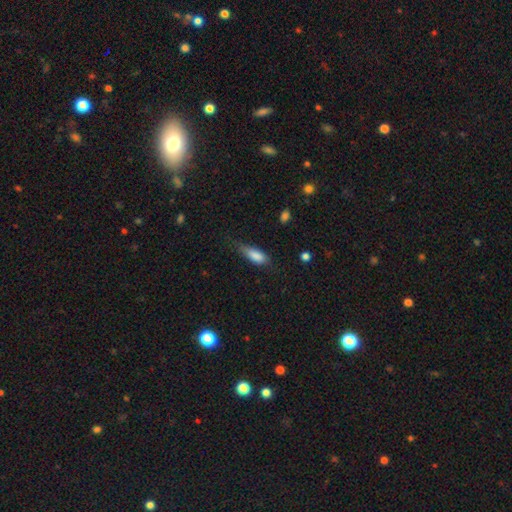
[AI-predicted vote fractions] Smooth or featured: smooth — 84% (featured or disk — 9%)
How rounded: in between — 69% (cigar-shaped — 28%)
Merging: none — 53% (minor disturbance — 34%)